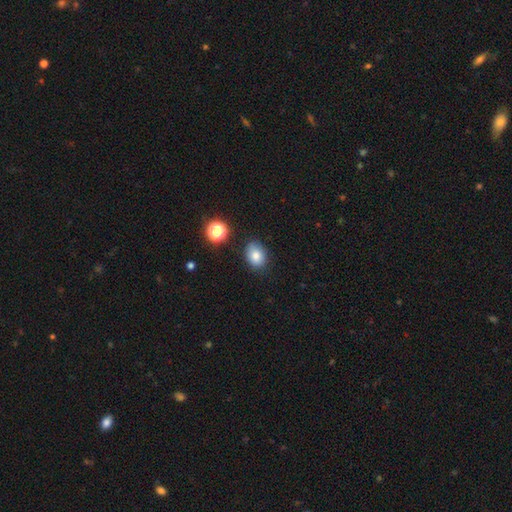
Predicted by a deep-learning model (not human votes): Overall: smooth (80%). How rounded: in between (64%; round 35%). Merging: none (79%).